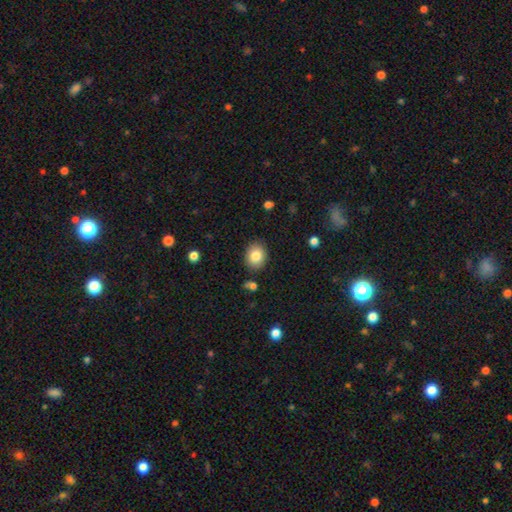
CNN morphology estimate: Smooth or featured? smooth (84%)
How rounded? round (52%)
Merging? none (86%)